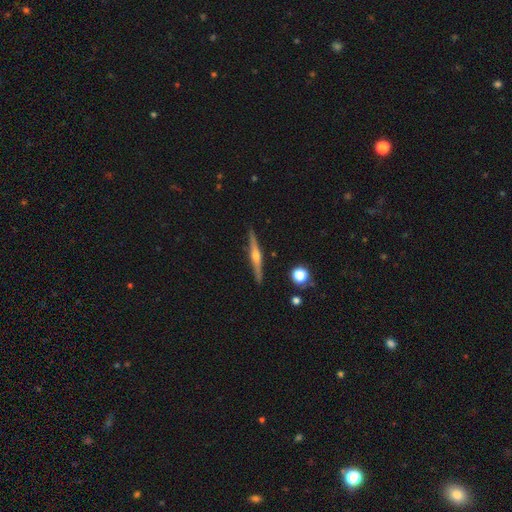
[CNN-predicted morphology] Overall: featured or disk (76%). Edge-on disk: yes (98%). Edge-on bulge: rounded (89%). Merging: none (90%).